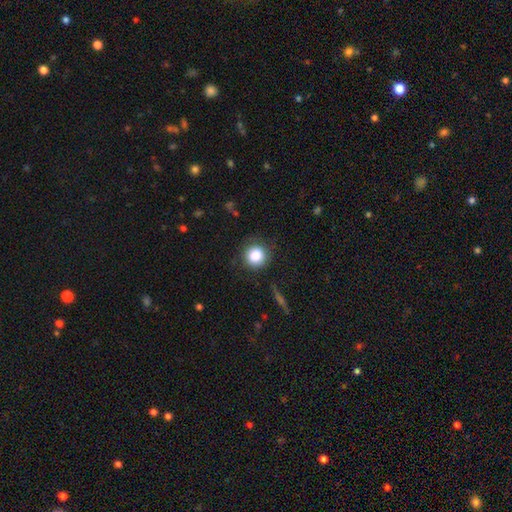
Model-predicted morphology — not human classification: Q: Smooth or featured?
A: smooth (84%); runner-up: star or artifact (10%)
Q: How rounded?
A: round (93%); runner-up: in between (6%)
Q: Merging?
A: none (84%); runner-up: minor disturbance (11%)